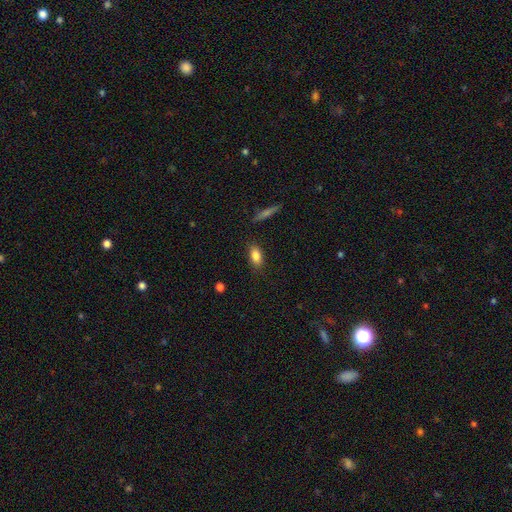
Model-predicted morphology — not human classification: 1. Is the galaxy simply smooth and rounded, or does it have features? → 84% smooth, 8% star or artifact, 8% featured or disk.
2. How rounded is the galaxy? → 85% in between, 8% cigar-shaped, 7% round.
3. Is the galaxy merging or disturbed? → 85% none, 11% minor disturbance, 3% major disturbance, 2% merger.